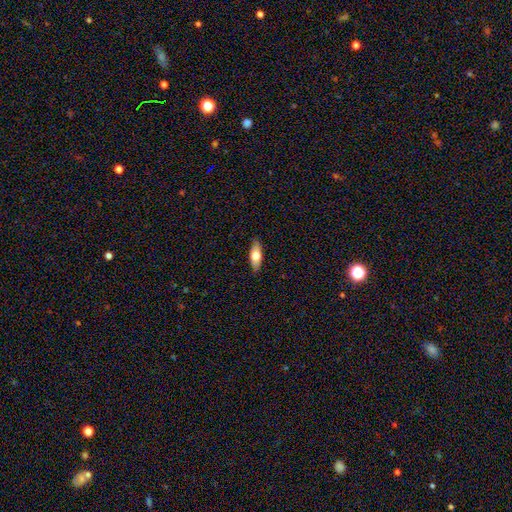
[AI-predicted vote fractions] smooth 68%, featured or disk 26%, star or artifact 6%. Down the decision tree: how rounded — in between (70%); merging — none (88%).